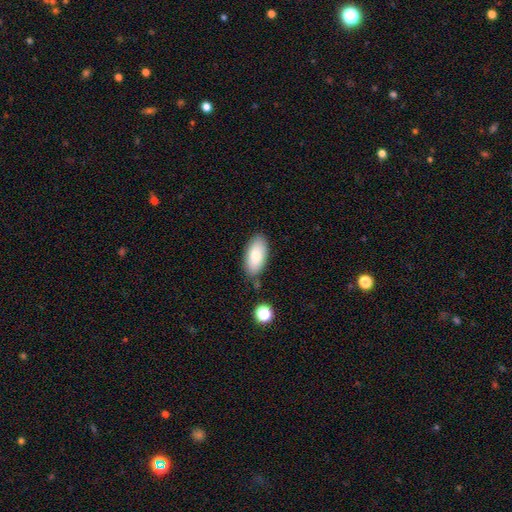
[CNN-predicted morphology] type=smooth (79%); roundness=in between (91%); merging=none (78%).